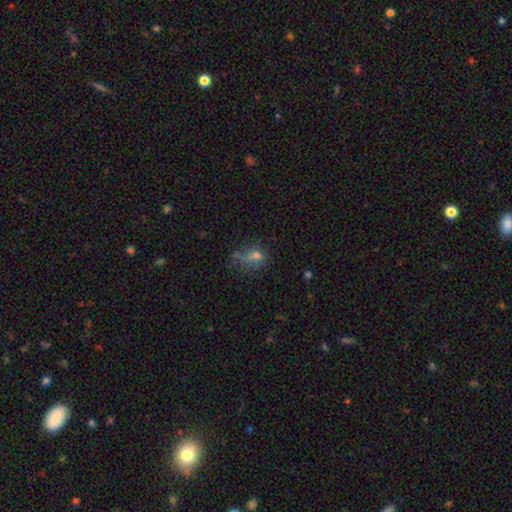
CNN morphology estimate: Smooth or featured? smooth (60%)
How rounded? in between (55%)
Merging? none (38%)